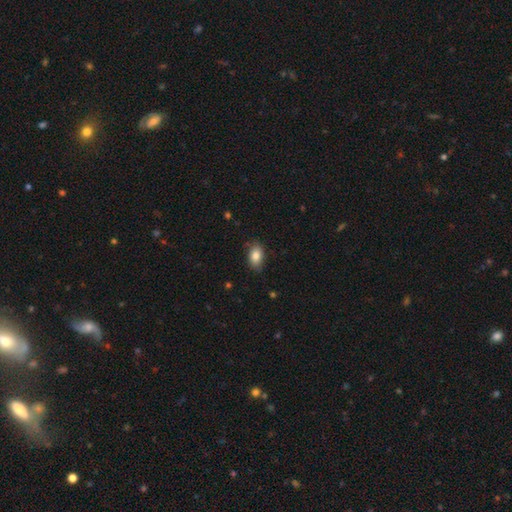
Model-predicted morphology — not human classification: Overall: smooth (83%). How rounded: in between (89%). Merging: none (80%).